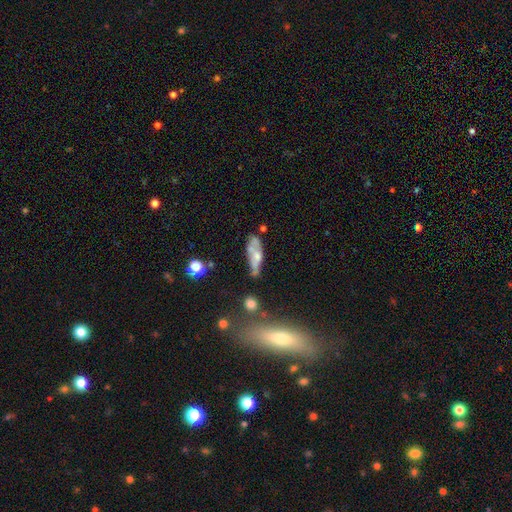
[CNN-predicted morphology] This is possibly a smooth galaxy (46%). Merging: marginally none (39%).